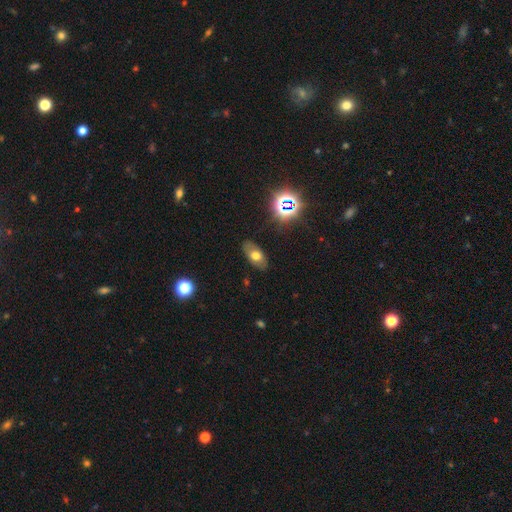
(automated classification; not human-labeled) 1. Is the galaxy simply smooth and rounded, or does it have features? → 59% smooth, 27% featured or disk, 14% star or artifact.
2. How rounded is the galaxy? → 90% in between, 7% round, 3% cigar-shaped.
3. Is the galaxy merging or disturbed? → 82% none, 13% minor disturbance, 3% major disturbance, 1% merger.